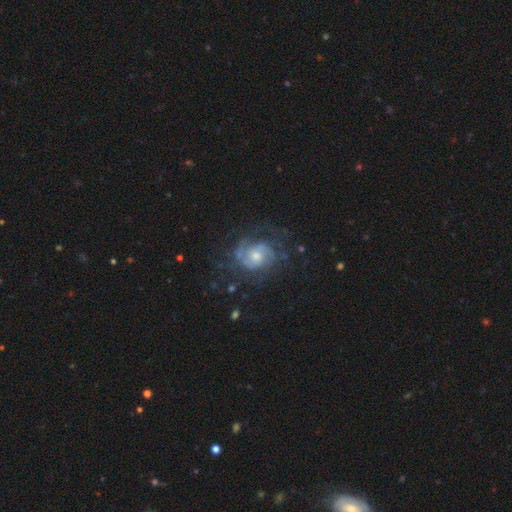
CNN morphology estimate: Smooth or featured? featured or disk (82%)
Edge-on disk? no (98%)
Bar? no (67%)
Spiral arms? yes (93%)
Spiral winding? tight (50%)
Spiral arm count? 2 (54%)
Bulge size? moderate (52%)
Merging? none (68%)